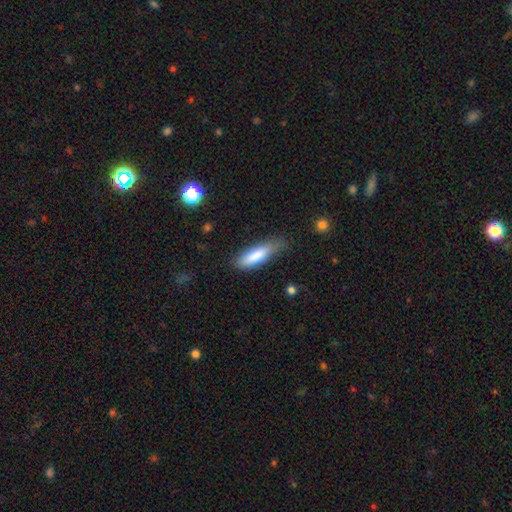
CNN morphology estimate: smooth 83%, featured or disk 11%, star or artifact 6%. Down the decision tree: how rounded — cigar-shaped (57%); merging — none (65%).